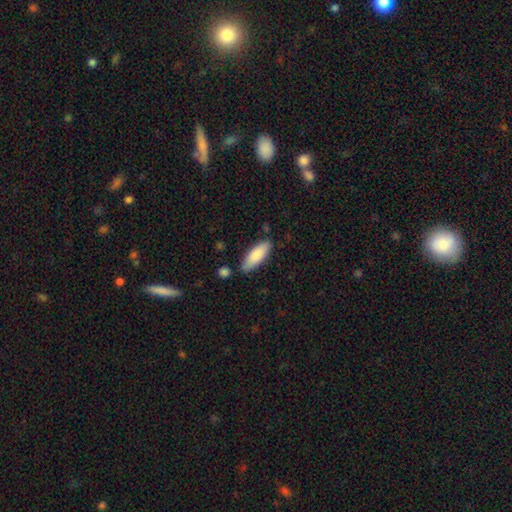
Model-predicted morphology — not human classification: type=smooth (85%); roundness=in between (66%); merging=none (81%).